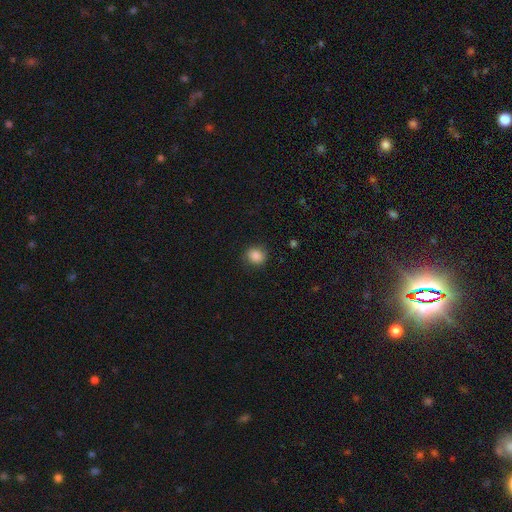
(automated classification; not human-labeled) Smooth or featured? Predicted: smooth (p=0.85). How rounded? Predicted: round (p=0.82). Merging? Predicted: none (p=0.86).